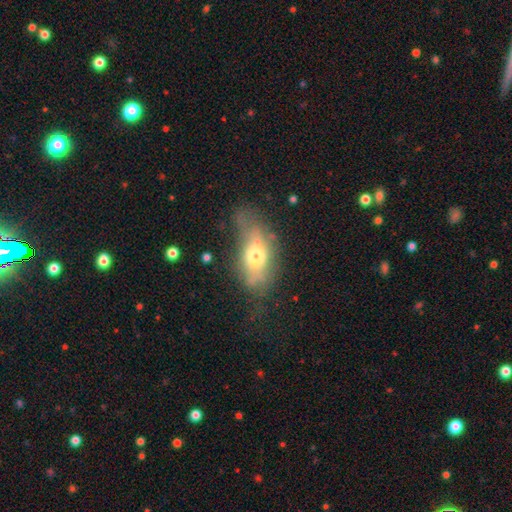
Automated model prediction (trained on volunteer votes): smooth_or_featured: smooth (p=0.52) [alt: featured or disk p=0.38]
how_rounded: in between (p=0.80) [alt: cigar-shaped p=0.11]
merging: none (p=0.37) [alt: minor disturbance p=0.30]